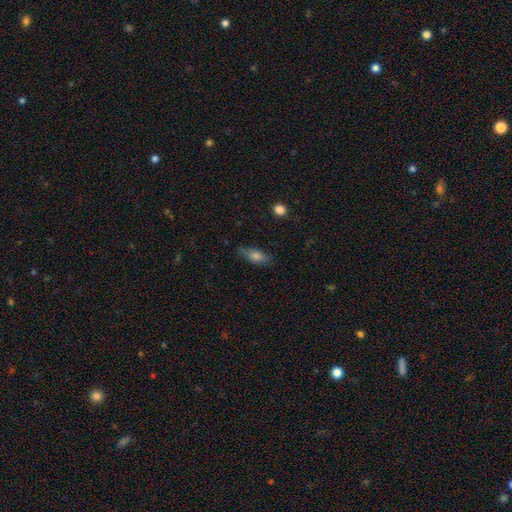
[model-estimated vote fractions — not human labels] Smooth or featured? Predicted: smooth (p=0.66). How rounded? Predicted: in between (p=0.59). Merging? Predicted: none (p=0.80).